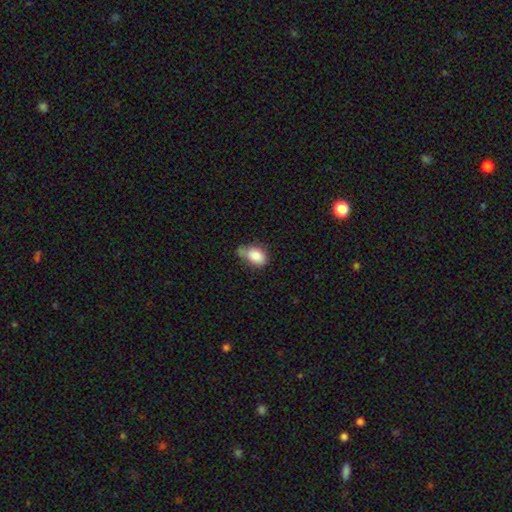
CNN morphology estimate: smooth_or_featured: smooth (p=0.81) [alt: featured or disk p=0.11]
how_rounded: in between (p=0.85) [alt: round p=0.13]
merging: none (p=0.38) [alt: minor disturbance p=0.37]